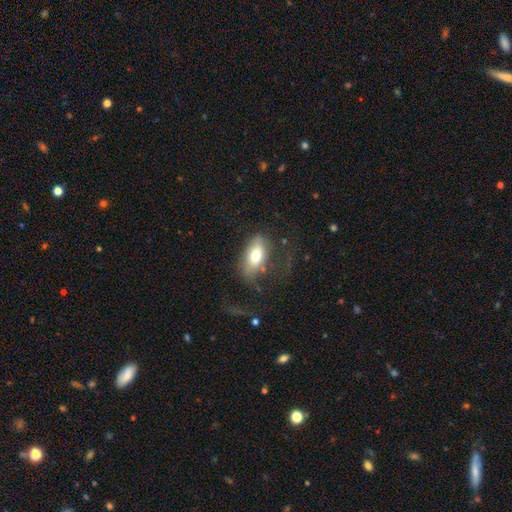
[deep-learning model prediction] Smooth or featured: smooth — 71% (featured or disk — 21%)
How rounded: in between — 91% (cigar-shaped — 4%)
Merging: none — 53% (minor disturbance — 24%)